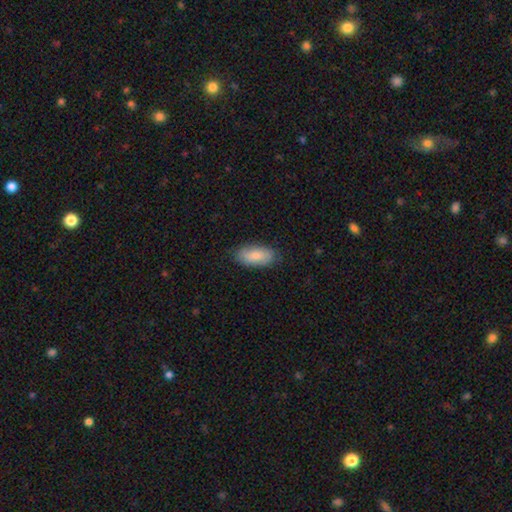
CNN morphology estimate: Smooth or featured: smooth — 82% (featured or disk — 12%)
How rounded: in between — 91% (cigar-shaped — 7%)
Merging: none — 82% (minor disturbance — 14%)